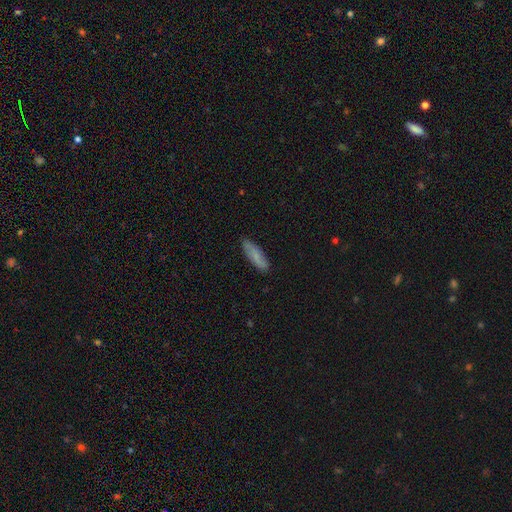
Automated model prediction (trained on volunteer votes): The model was most divided on "how rounded": cigar-shaped: 55%, in between: 43%, round: 2%. More confident: merging — none (85%); smooth or featured — smooth (75%).